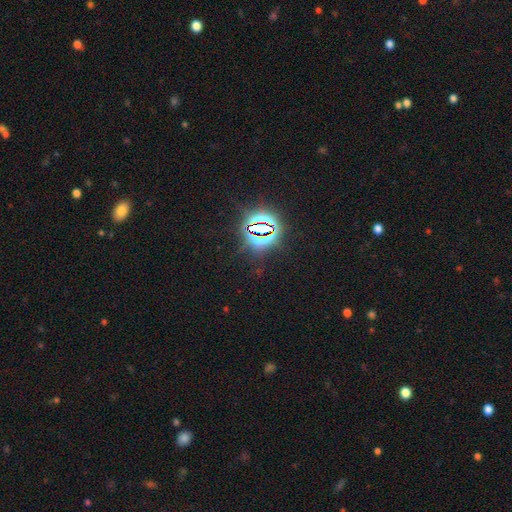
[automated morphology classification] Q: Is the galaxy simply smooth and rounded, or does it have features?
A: star or artifact — 82%.